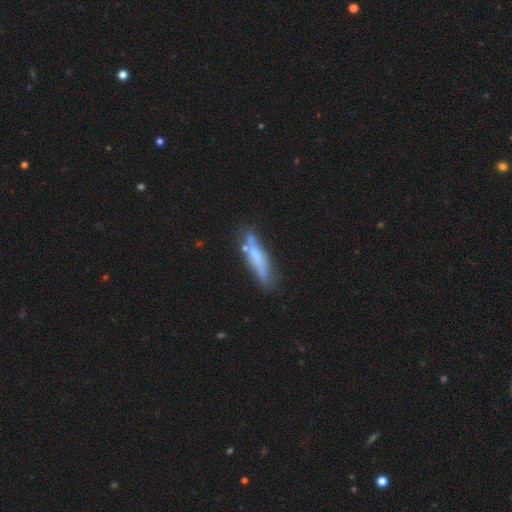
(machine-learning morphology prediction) smooth_or_featured: smooth (p=0.56) [alt: featured or disk p=0.35]
how_rounded: cigar-shaped (p=0.79) [alt: in between p=0.19]
merging: none (p=0.61) [alt: minor disturbance p=0.21]